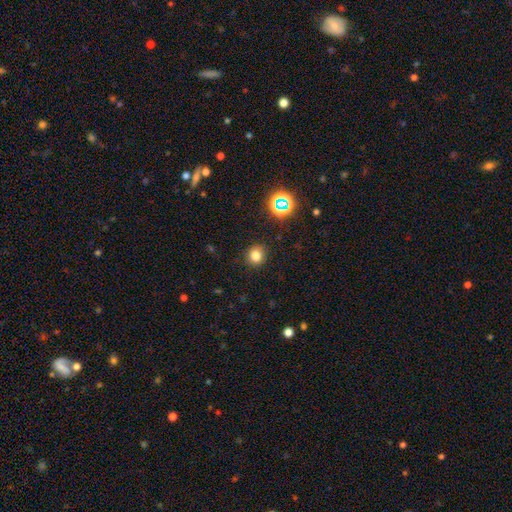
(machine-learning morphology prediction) Overall: smooth (77%). How rounded: round (83%). Merging: none (88%).